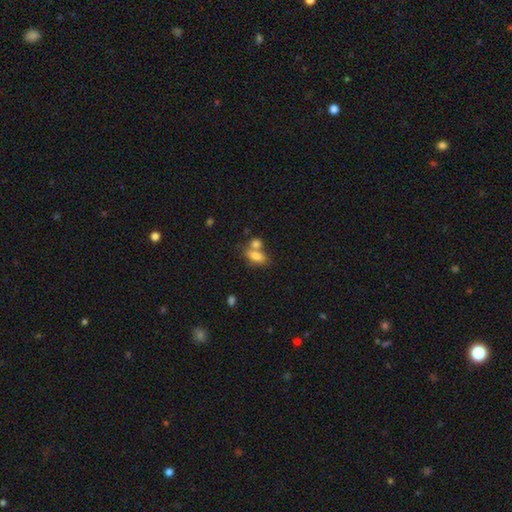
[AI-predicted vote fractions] Smooth or featured?
  - smooth: 79% *
  - featured or disk: 12%
  - star or artifact: 9%
How rounded?
  - in between: 83% *
  - cigar-shaped: 9%
  - round: 8%
Merging?
  - merger: 43% *
  - none: 40%
  - minor disturbance: 12%
  - major disturbance: 5%